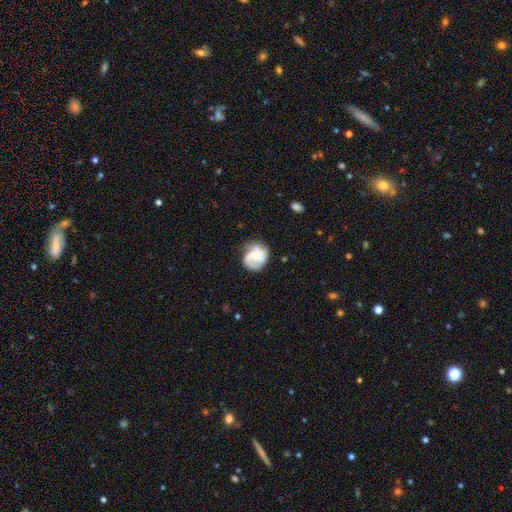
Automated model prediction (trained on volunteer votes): featured or disk 74%, smooth 20%, star or artifact 6%. Down the decision tree: edge-on disk — no (98%); bar — no (56%); spiral arms — yes (93%); spiral arm count — 2 (62%); spiral winding — medium (46%); bulge size — small (48%); merging — none (67%).